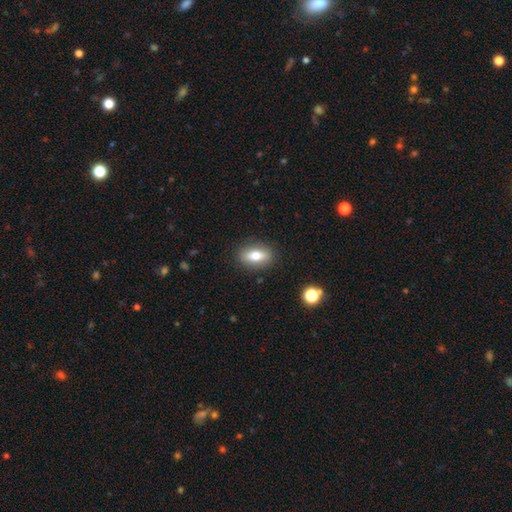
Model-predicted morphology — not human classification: The model was most divided on "smooth or featured": smooth: 72%, featured or disk: 20%, star or artifact: 8%. More confident: merging — none (87%); how rounded — in between (80%).